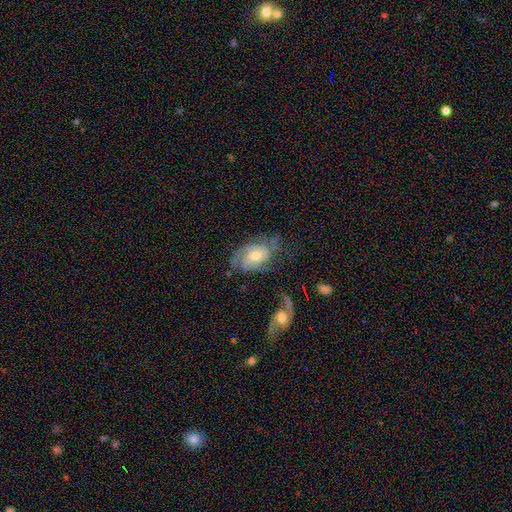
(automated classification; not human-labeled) A featured or disk galaxy (76%) with no bar (65%), 2 (43%) tight (48%) spiral arms (89%) and a moderate central bulge (68%).

Vote fractions:
- Smooth or featured? featured or disk: 76% / smooth: 18% / star or artifact: 7%
- Edge-on disk? no: 95% / yes: 5%
- Bar? no: 65% / weak: 29% / strong: 6%
- Spiral arms? yes: 89% / no: 11%
- Spiral winding? tight: 48% / medium: 36% / loose: 15%
- Spiral arm count? 2: 43% / can't tell: 29% / 3: 14% / 1: 8% / 4: 4% / more than 4: 3%
- Bulge size? moderate: 68% / small: 25% / large: 5% / none: 1% / dominant: 1%
- Merging? none: 53% / minor disturbance: 25% / major disturbance: 16% / merger: 6%